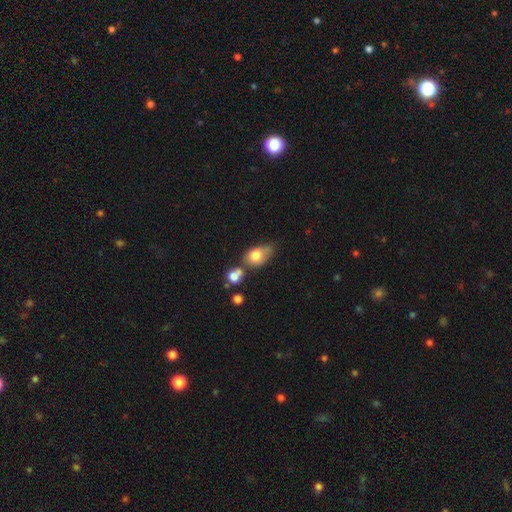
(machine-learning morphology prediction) Q: Smooth or featured?
A: smooth (76%); runner-up: featured or disk (16%)
Q: How rounded?
A: in between (77%); runner-up: round (20%)
Q: Merging?
A: none (34%); runner-up: merger (31%)